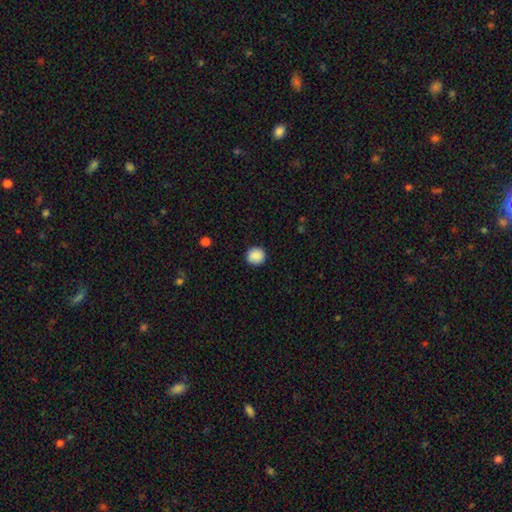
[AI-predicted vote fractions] smooth-or-featured: smooth: 89% | star or artifact: 8% | featured or disk: 3%
  how-rounded: round: 92% | in between: 7% | cigar-shaped: 1%
  merging: none: 91% | minor disturbance: 6% | major disturbance: 2% | merger: 1%